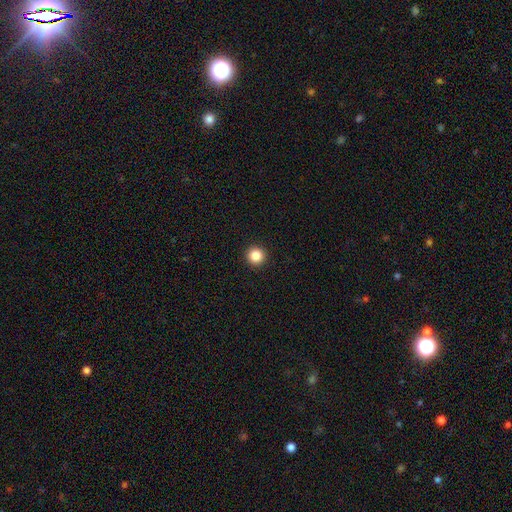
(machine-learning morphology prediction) smooth 85%, star or artifact 11%, featured or disk 4%. Down the decision tree: how rounded — round (96%); merging — none (94%).